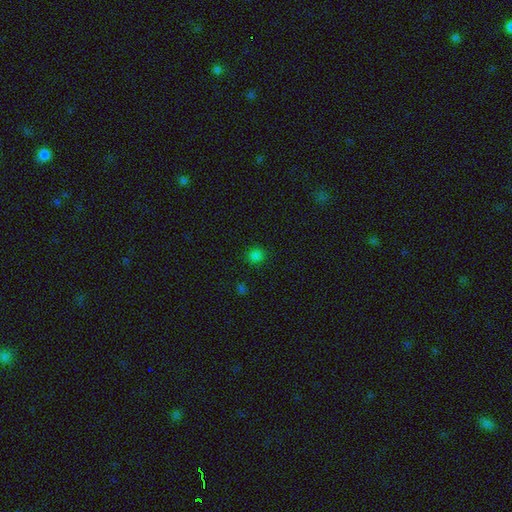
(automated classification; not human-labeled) A smooth galaxy with no disk features (80%) that is round (91%). Merging: none (90%).